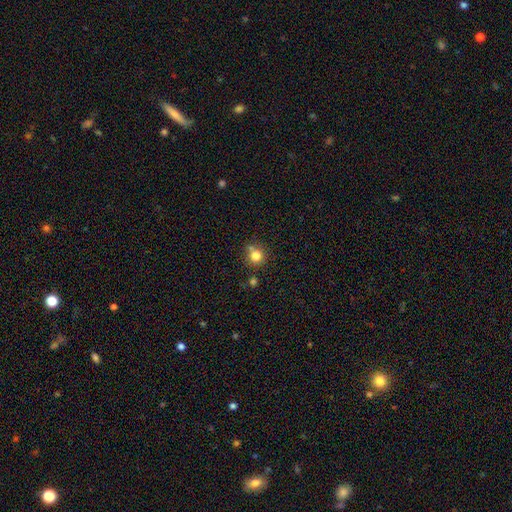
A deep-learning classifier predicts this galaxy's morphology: smooth_or_featured: smooth (p=0.80) [alt: star or artifact p=0.12]
how_rounded: round (p=0.89) [alt: in between p=0.10]
merging: none (p=0.67) [alt: merger p=0.16]